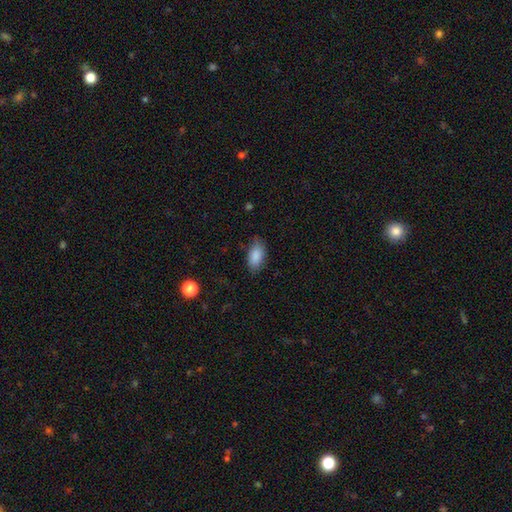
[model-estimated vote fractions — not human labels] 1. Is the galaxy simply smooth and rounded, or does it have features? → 86% smooth, 7% star or artifact, 6% featured or disk.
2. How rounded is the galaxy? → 92% in between, 5% cigar-shaped, 4% round.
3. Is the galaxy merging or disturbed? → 74% none, 20% minor disturbance, 4% major disturbance, 1% merger.